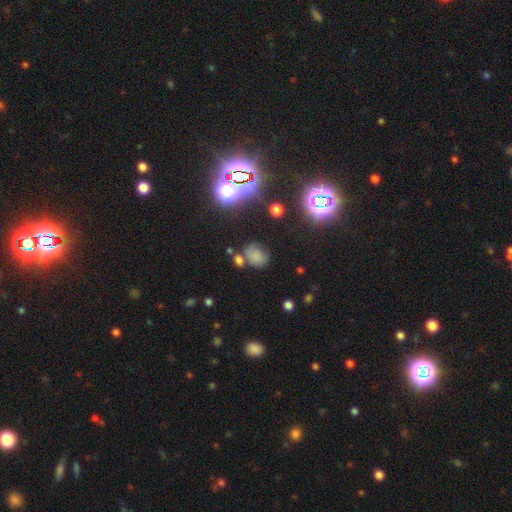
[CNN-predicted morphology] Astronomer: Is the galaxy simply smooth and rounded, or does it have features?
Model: smooth — 65%.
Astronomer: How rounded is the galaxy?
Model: in between — 59% (runner-up: round, 39%).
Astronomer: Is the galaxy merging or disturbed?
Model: none — 56%.